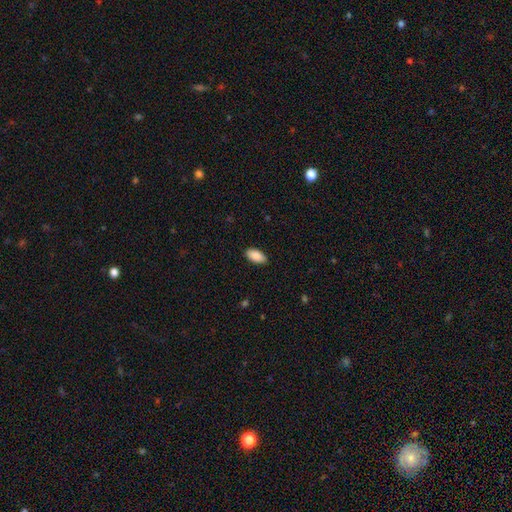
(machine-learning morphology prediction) Smooth or featured? Predicted: smooth (p=0.90). How rounded? Predicted: in between (p=0.94). Merging? Predicted: none (p=0.87).